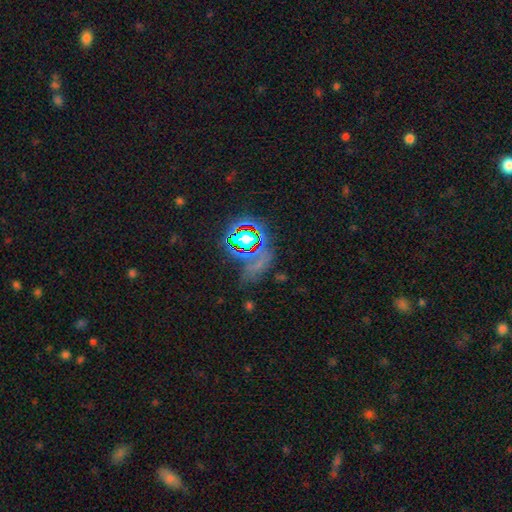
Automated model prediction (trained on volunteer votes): Smooth or featured: star or artifact — 63% (smooth — 20%)